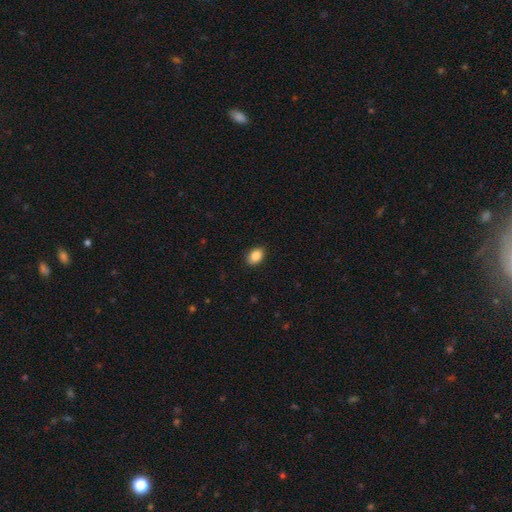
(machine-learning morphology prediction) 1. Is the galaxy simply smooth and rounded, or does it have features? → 87% smooth, 8% star or artifact, 5% featured or disk.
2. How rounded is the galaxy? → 77% in between, 22% round, 1% cigar-shaped.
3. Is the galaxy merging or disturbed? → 87% none, 10% minor disturbance, 2% major disturbance, 1% merger.